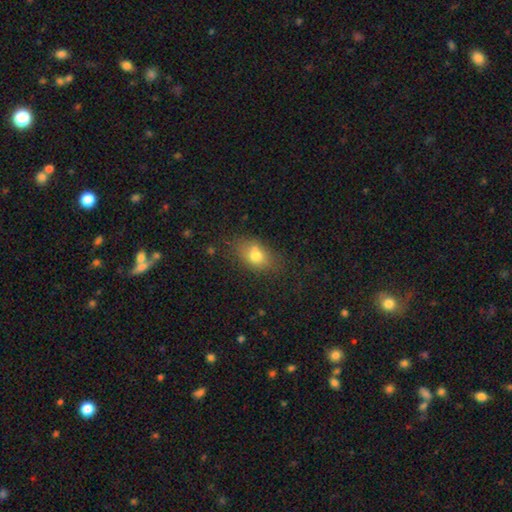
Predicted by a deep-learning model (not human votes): Smooth or featured? Predicted: smooth (p=0.74). How rounded? Predicted: in between (p=0.73). Merging? Predicted: none (p=0.63).